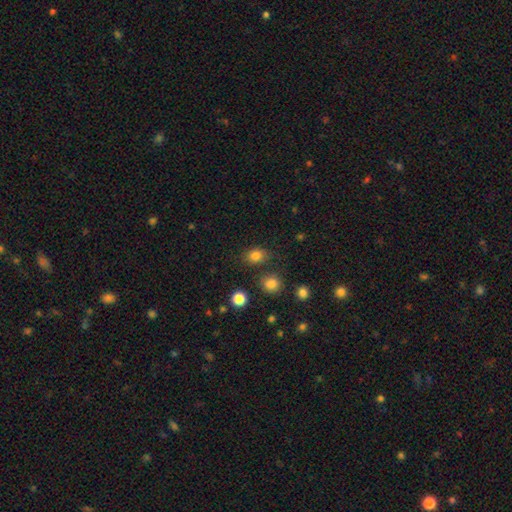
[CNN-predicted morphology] Overall: smooth (81%). How rounded: in between (54%; round 45%). Merging: none (77%).